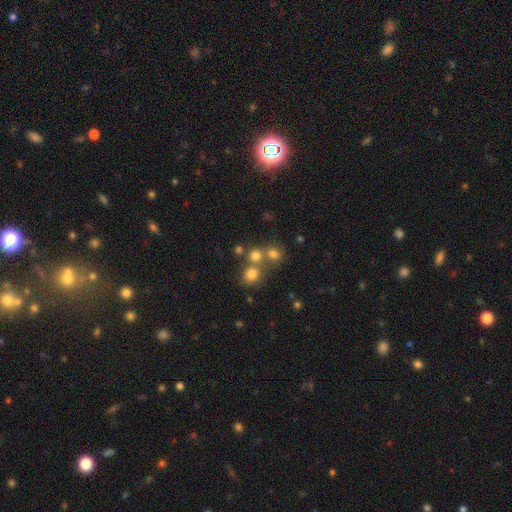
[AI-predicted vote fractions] A smooth galaxy with no disk features (73%) that is round (87%).

Vote fractions:
- Smooth or featured? smooth: 73% / star or artifact: 17% / featured or disk: 9%
- How rounded? round: 87% / in between: 12% / cigar-shaped: 1%
- Merging? none: 56% / merger: 34% / minor disturbance: 7% / major disturbance: 3%